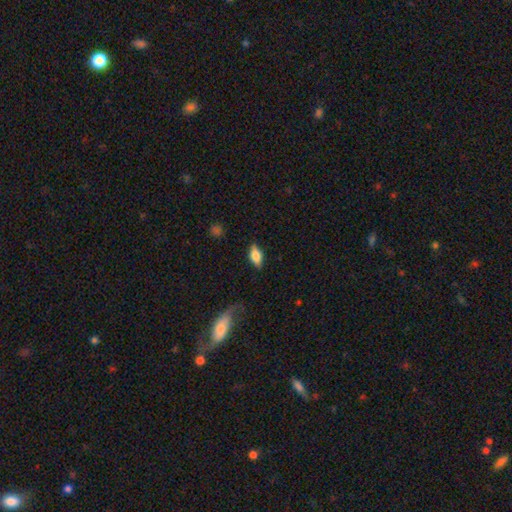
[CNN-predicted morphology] This is likely a smooth galaxy (67%). How rounded: clearly in between (85%). Merging: clearly none (84%).